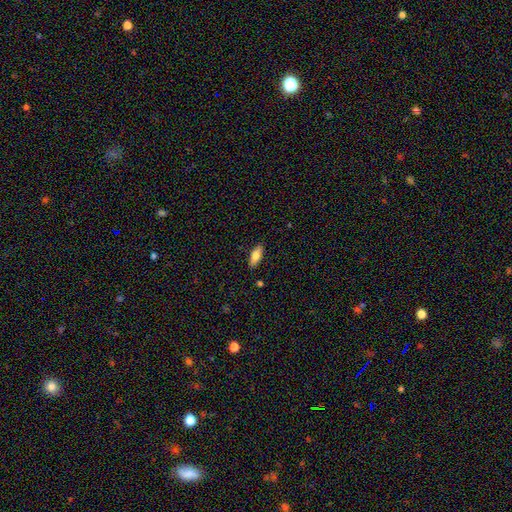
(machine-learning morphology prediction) This appears to be a smooth galaxy with no disk features (72%) that is in between round and cigar-shaped (71%). Merging: none (87%).